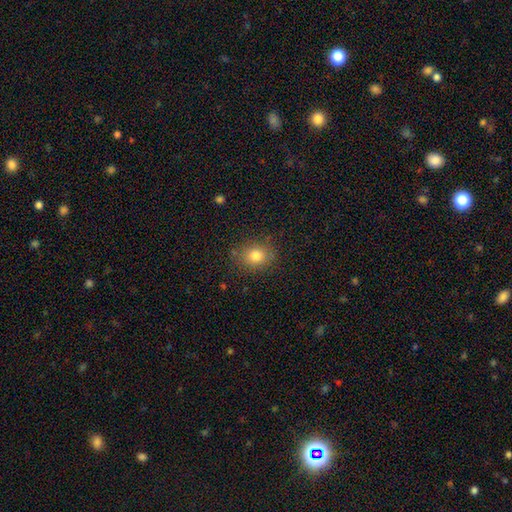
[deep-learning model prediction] This is clearly a smooth galaxy (81%). How rounded: likely round (61%). Merging: clearly none (83%).